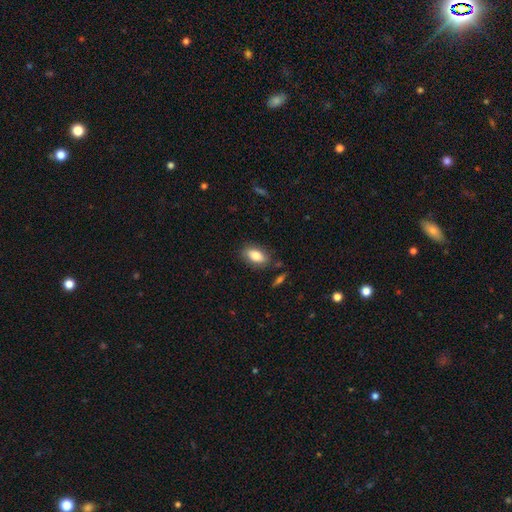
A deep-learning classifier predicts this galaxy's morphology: A smooth galaxy with no disk features (80%) that is in between round and cigar-shaped (89%).

Vote fractions:
- Smooth or featured? smooth: 80% / featured or disk: 13% / star or artifact: 7%
- How rounded? in between: 89% / round: 6% / cigar-shaped: 5%
- Merging? none: 81% / minor disturbance: 13% / major disturbance: 3% / merger: 3%